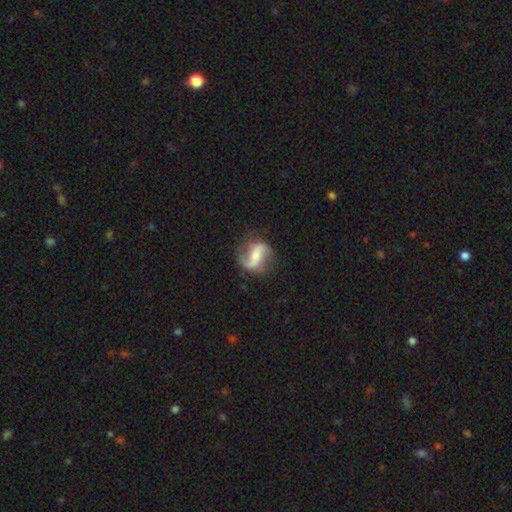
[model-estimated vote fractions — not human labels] This is likely a featured or disk galaxy (80%). It is clearly not viewed edge-on (96%). Bar: possibly strong (45%). Spiral arm pattern: clearly yes (93%). Spiral arm count: clearly 2 (88%). Spiral winding: likely loose (60%). Central bulge: marginally small (39%). Merging: likely none (74%).